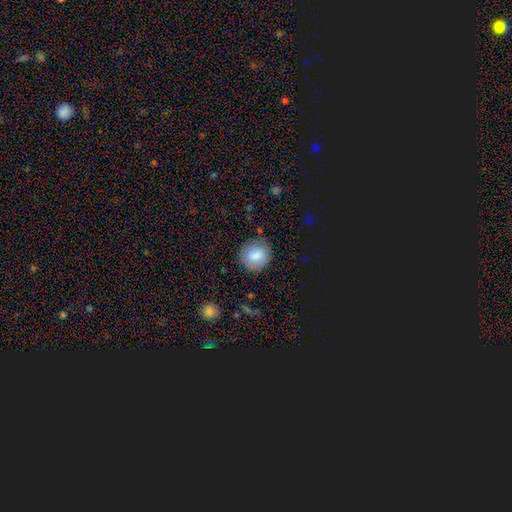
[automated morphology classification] type=smooth (84%); roundness=round (88%); merging=none (84%).